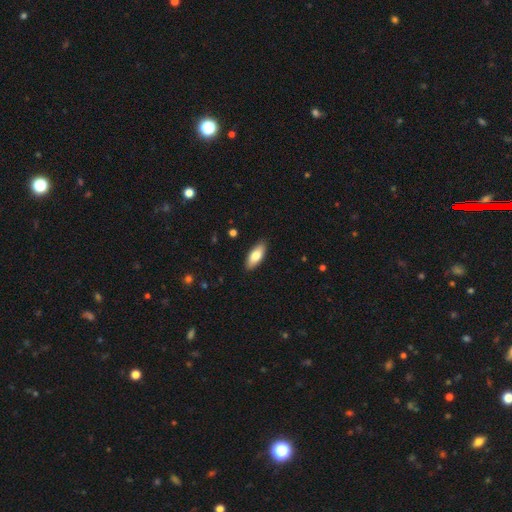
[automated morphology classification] Smooth or featured? Predicted: smooth (p=0.79). How rounded? Predicted: in between (p=0.78). Merging? Predicted: none (p=0.89).